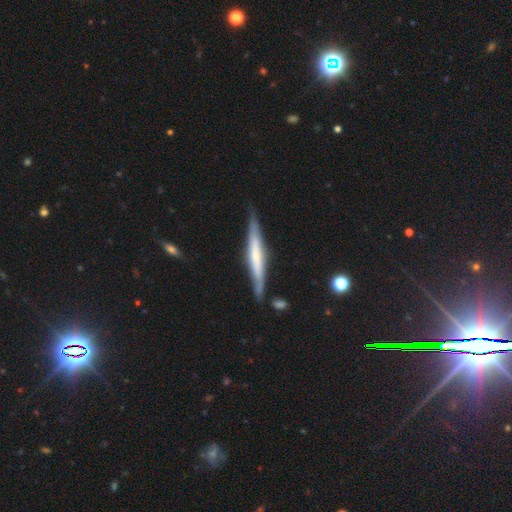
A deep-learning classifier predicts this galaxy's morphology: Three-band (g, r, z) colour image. It shows a featured or disk galaxy (59%) viewed edge-on (92%) with no central bulge (49%). Merging: none (78%).